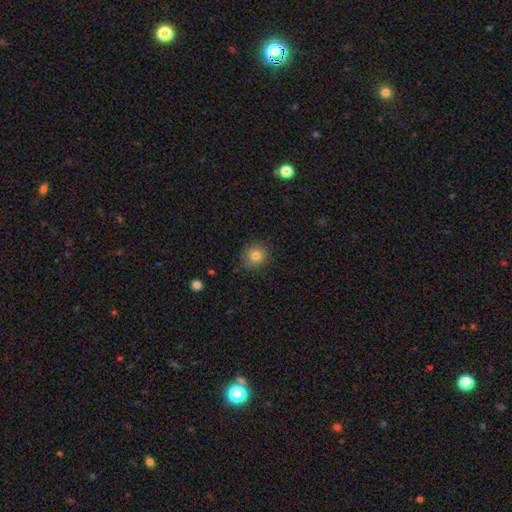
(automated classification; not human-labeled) smooth-or-featured: smooth: 81% | star or artifact: 12% | featured or disk: 8%
  how-rounded: round: 92% | in between: 7% | cigar-shaped: 1%
  merging: none: 89% | minor disturbance: 8% | major disturbance: 2% | merger: 1%